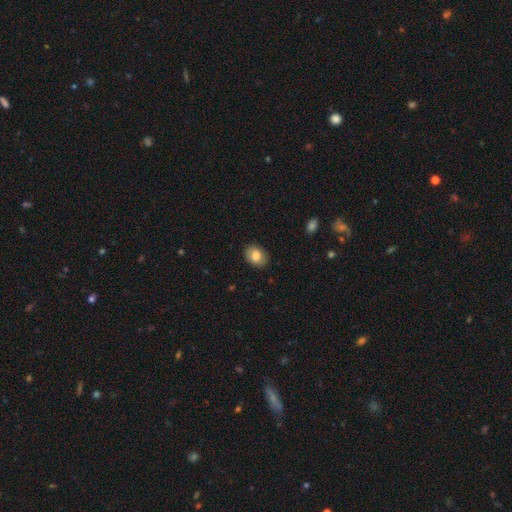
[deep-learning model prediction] Smooth or featured? smooth (81%)
How rounded? in between (70%)
Merging? none (87%)